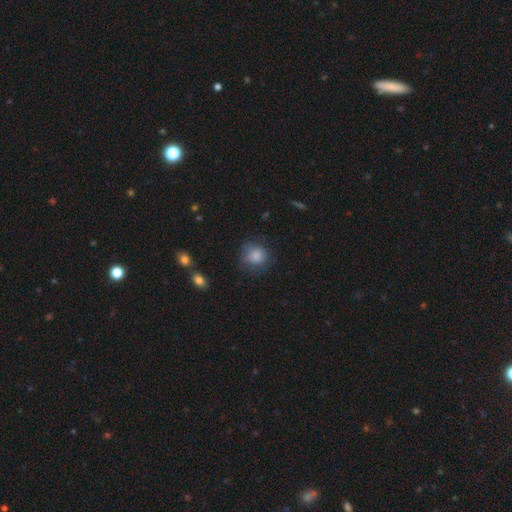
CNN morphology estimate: This appears to be a smooth galaxy with no disk features (83%) that is round (84%). Merging: none (68%).